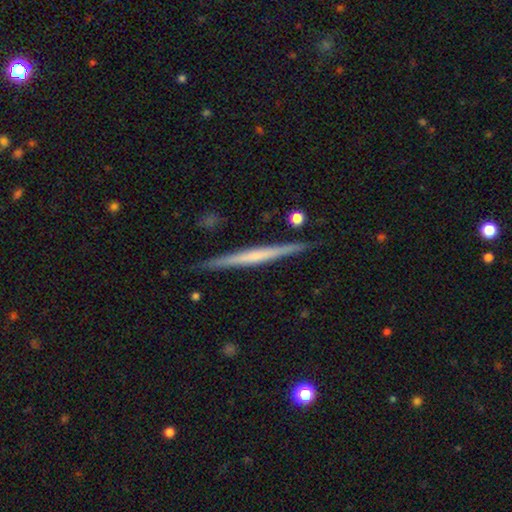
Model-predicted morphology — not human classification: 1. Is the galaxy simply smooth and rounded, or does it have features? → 63% featured or disk, 32% smooth, 5% star or artifact.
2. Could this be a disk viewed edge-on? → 98% yes, 2% no.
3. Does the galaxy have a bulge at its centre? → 67% none, 23% rounded, 10% boxy.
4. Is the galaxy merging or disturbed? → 89% none, 8% minor disturbance, 1% major disturbance, 1% merger.